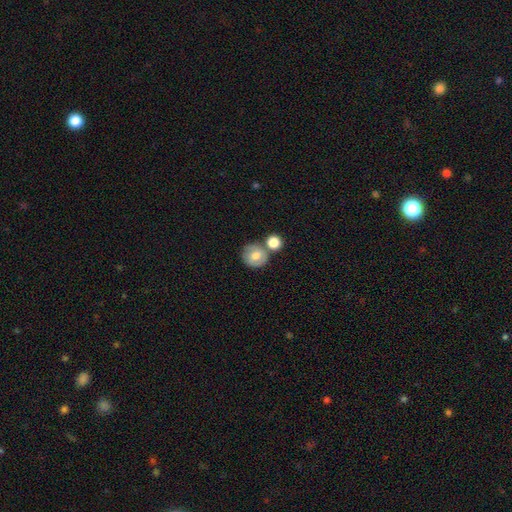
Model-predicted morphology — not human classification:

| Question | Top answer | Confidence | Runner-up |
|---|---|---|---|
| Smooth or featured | smooth | 71% | featured or disk (21%) |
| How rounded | round | 83% | in between (16%) |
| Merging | none | 55% | merger (27%) |